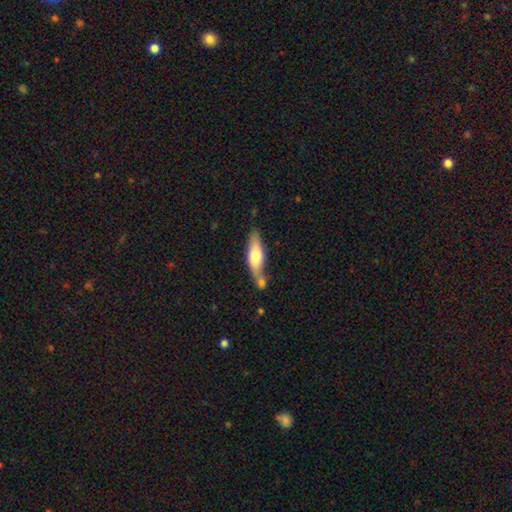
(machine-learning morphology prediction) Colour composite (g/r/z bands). It shows a smooth galaxy with no disk features (60%) that is cigar-shaped (55%). Merging: none (45%).